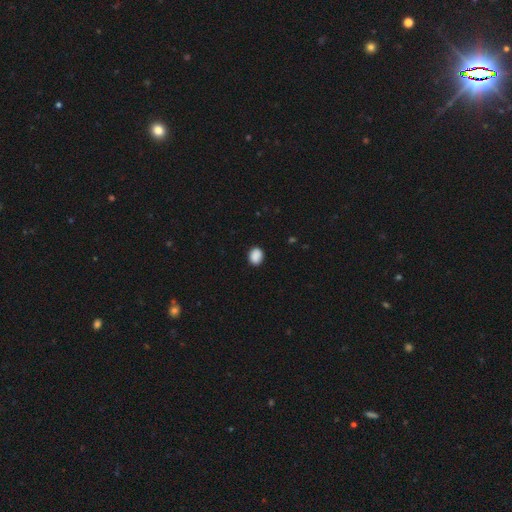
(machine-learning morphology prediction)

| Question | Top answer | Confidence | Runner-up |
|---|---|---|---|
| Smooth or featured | smooth | 89% | star or artifact (8%) |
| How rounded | round | 50% | in between (49%) |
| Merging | none | 88% | minor disturbance (9%) |